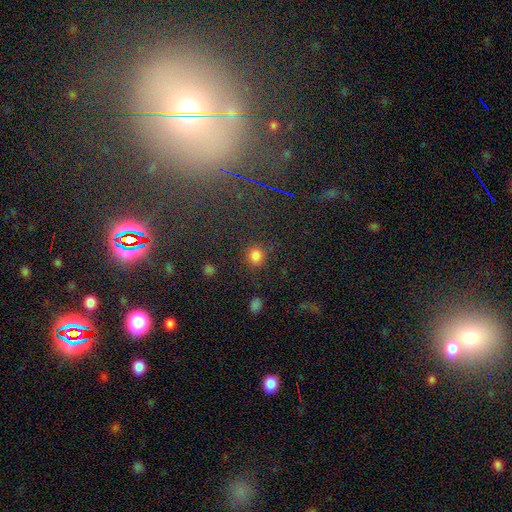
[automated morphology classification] This is likely a smooth galaxy (79%). How rounded: clearly round (80%). Merging: likely none (77%).